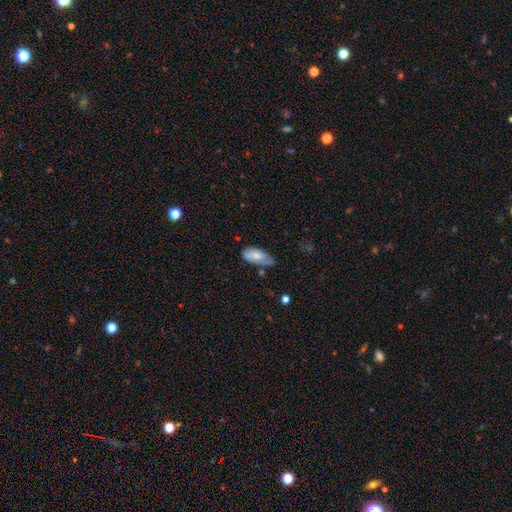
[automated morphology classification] Smooth or featured?
  - smooth: 71% *
  - featured or disk: 23%
  - star or artifact: 7%
How rounded?
  - in between: 89% *
  - cigar-shaped: 9%
  - round: 2%
Merging?
  - none: 52% *
  - minor disturbance: 36%
  - major disturbance: 8%
  - merger: 5%